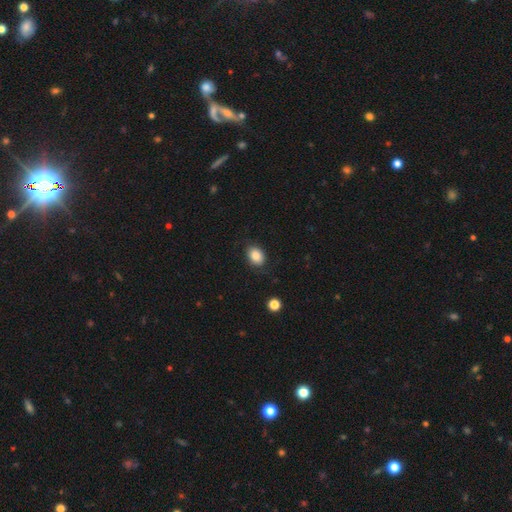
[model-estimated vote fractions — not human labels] Q: Smooth or featured?
A: smooth (85%); runner-up: star or artifact (9%)
Q: How rounded?
A: in between (65%); runner-up: round (34%)
Q: Merging?
A: none (82%); runner-up: minor disturbance (13%)